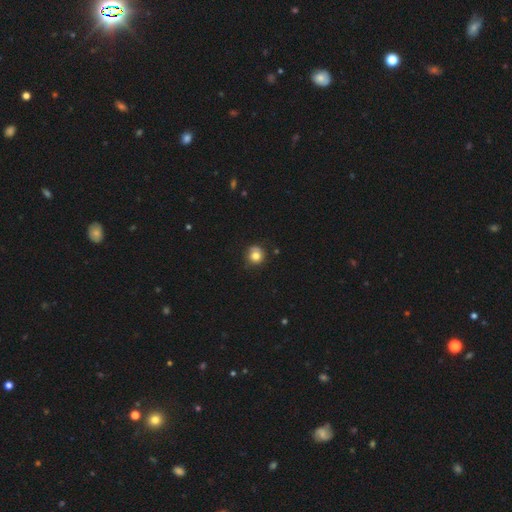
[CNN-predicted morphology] This appears to be a smooth galaxy with no disk features (77%) that is round (89%). Merging: none (69%).